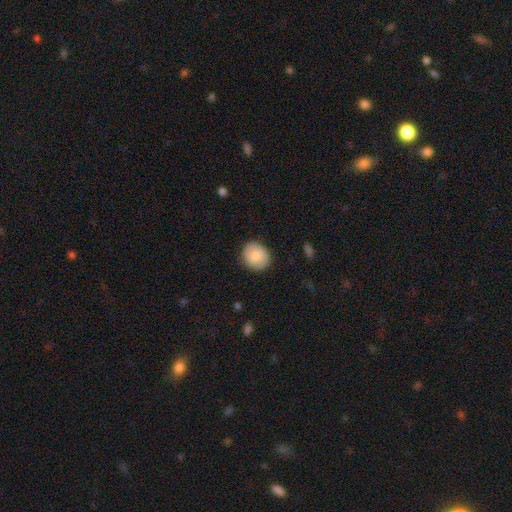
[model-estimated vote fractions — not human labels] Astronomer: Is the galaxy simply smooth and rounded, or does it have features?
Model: smooth — 72%.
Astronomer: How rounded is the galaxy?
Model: round — 77%.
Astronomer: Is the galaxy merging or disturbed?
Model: none — 86%.